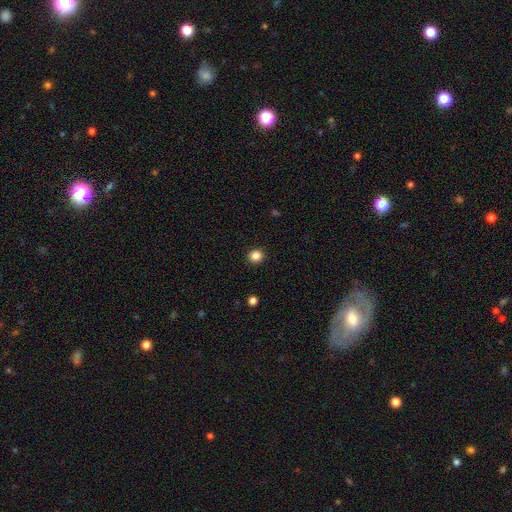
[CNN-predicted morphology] Smooth or featured? smooth (85%)
How rounded? round (90%)
Merging? none (93%)